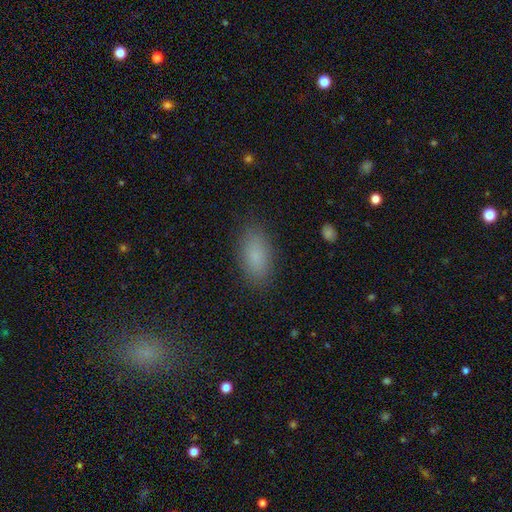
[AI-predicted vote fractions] Overall: smooth (83%). How rounded: in between (89%). Merging: none (86%).